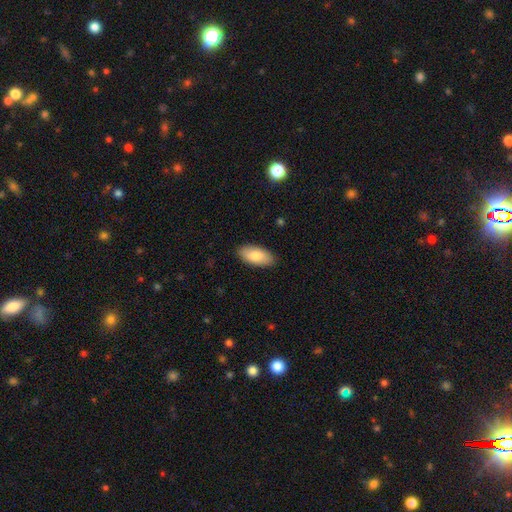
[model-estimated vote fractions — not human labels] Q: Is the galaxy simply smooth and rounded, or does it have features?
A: smooth — 83%.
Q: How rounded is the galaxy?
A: in between — 92%.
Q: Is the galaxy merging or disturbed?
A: none — 88%.